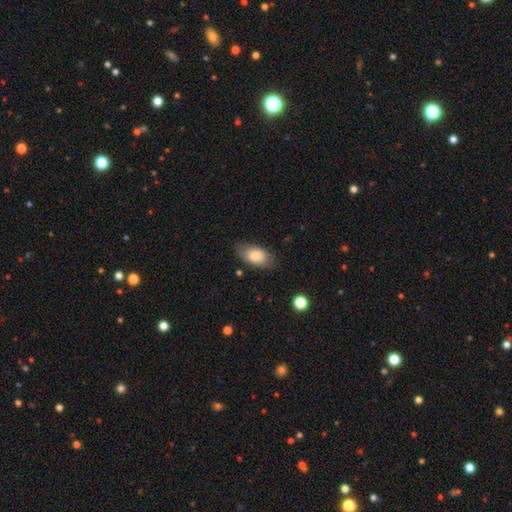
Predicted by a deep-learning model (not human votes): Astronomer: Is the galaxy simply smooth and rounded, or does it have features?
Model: smooth — 78%.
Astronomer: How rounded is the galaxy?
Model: in between — 91%.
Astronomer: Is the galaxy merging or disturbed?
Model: none — 76%.